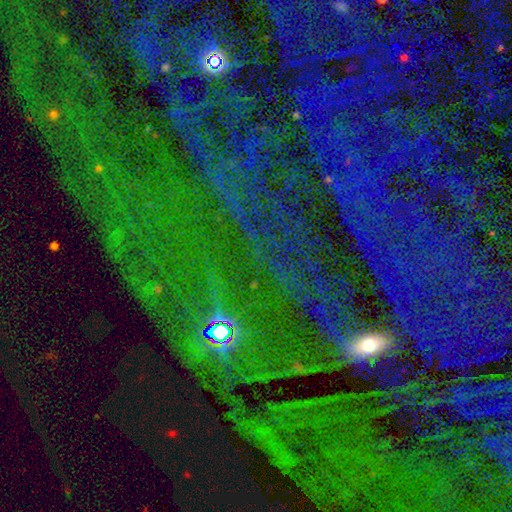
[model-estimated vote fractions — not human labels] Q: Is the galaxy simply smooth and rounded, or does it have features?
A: star or artifact — 79%.